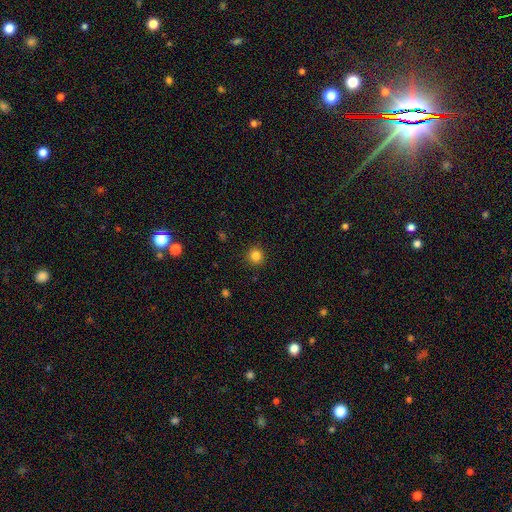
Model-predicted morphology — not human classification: Smooth or featured? smooth (84%)
How rounded? round (94%)
Merging? none (92%)